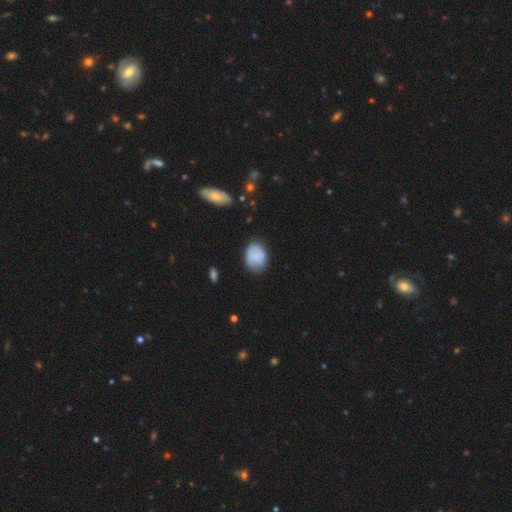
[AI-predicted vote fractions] This is likely a smooth galaxy (63%). How rounded: likely in between (68%). Merging: likely none (62%).